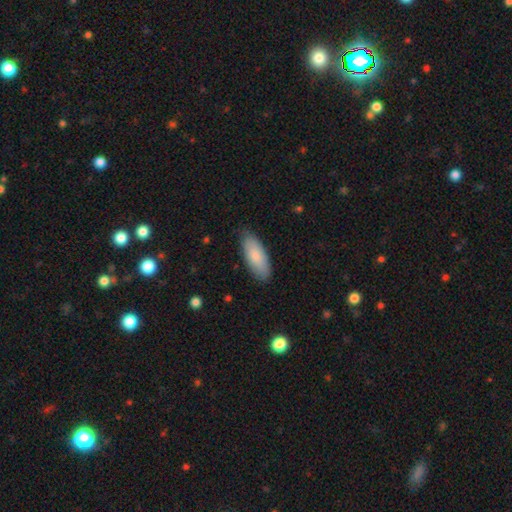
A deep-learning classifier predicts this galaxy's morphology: smooth 82%, featured or disk 13%, star or artifact 5%. Down the decision tree: how rounded — in between (80%); merging — none (83%).